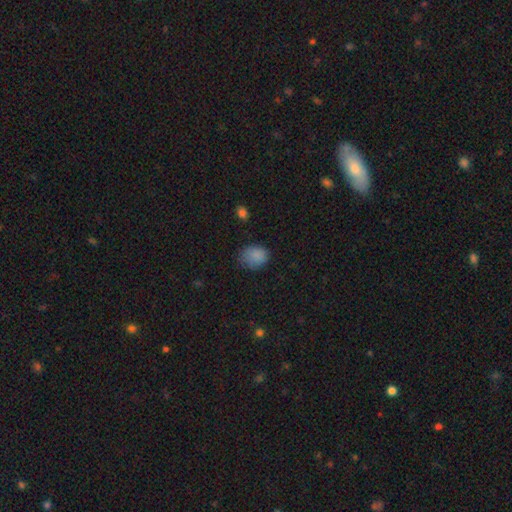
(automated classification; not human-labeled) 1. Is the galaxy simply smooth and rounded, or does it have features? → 85% smooth, 10% star or artifact, 5% featured or disk.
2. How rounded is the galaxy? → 50% in between, 49% round, 1% cigar-shaped.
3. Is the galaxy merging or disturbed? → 65% none, 27% minor disturbance, 6% major disturbance, 1% merger.